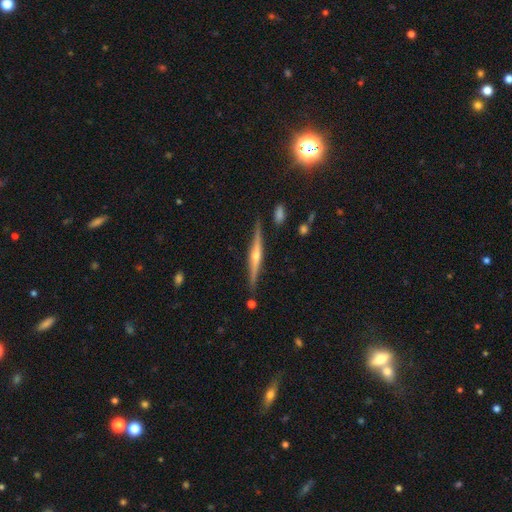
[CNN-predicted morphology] featured or disk 80%, smooth 14%, star or artifact 6%. Down the decision tree: edge-on disk — yes (98%); edge-on bulge — rounded (88%); merging — none (87%).